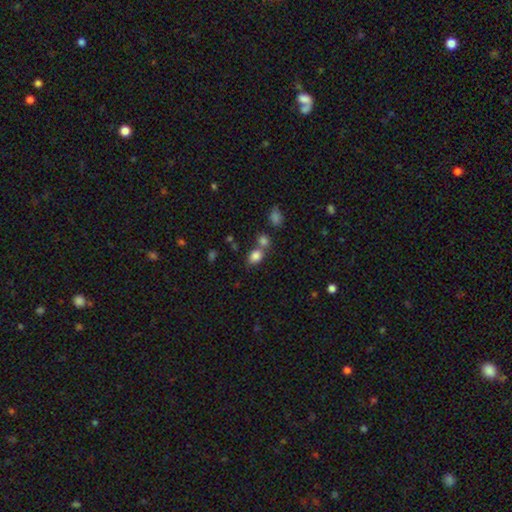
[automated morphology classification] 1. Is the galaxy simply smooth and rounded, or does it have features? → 82% smooth, 11% star or artifact, 7% featured or disk.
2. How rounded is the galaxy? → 57% in between, 42% round, 1% cigar-shaped.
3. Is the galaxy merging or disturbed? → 52% none, 33% merger, 10% minor disturbance, 4% major disturbance.